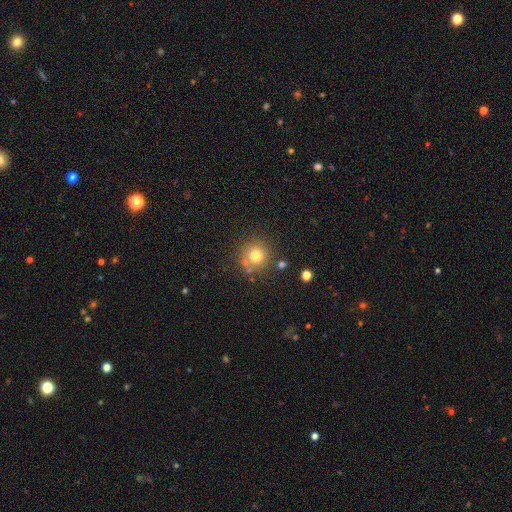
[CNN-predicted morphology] type=smooth (75%); roundness=round (92%); merging=none (75%).